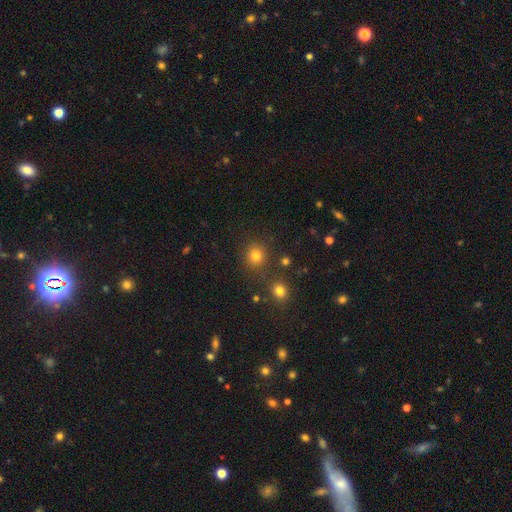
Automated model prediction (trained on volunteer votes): Q: Smooth or featured?
A: smooth (80%); runner-up: star or artifact (15%)
Q: How rounded?
A: round (85%); runner-up: in between (14%)
Q: Merging?
A: none (79%); runner-up: minor disturbance (9%)